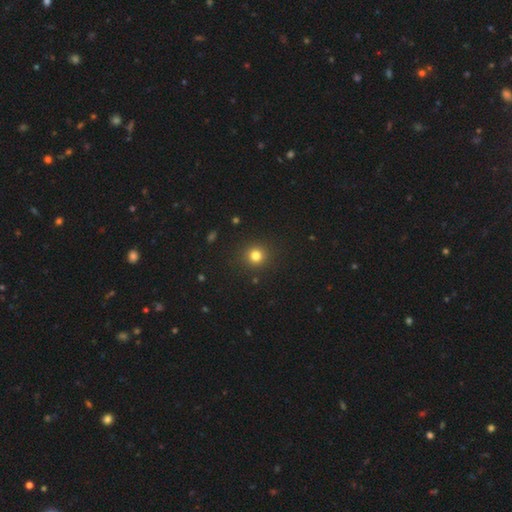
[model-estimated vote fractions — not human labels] Smooth or featured? smooth (80%)
How rounded? round (92%)
Merging? none (91%)